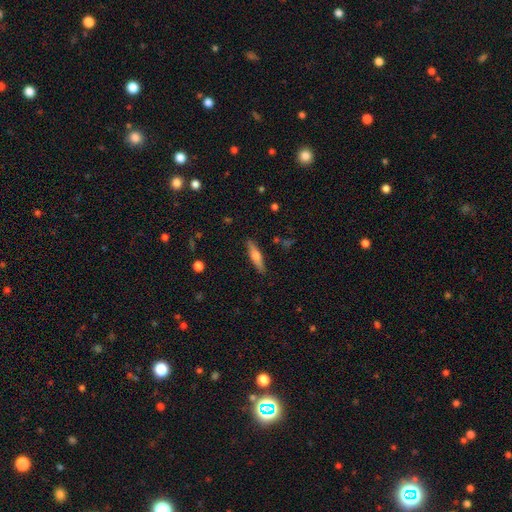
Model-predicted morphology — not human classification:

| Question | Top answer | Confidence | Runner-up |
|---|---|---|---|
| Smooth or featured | smooth | 51% | featured or disk (43%) |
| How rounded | cigar-shaped | 77% | in between (21%) |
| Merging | none | 88% | minor disturbance (9%) |